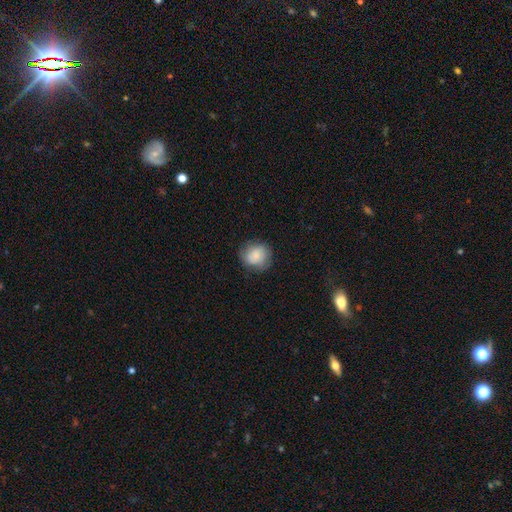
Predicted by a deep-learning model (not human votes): Smooth or featured?
  - smooth: 79% *
  - featured or disk: 14%
  - star or artifact: 7%
How rounded?
  - round: 79% *
  - in between: 21%
  - cigar-shaped: 1%
Merging?
  - none: 75% *
  - minor disturbance: 18%
  - major disturbance: 6%
  - merger: 1%